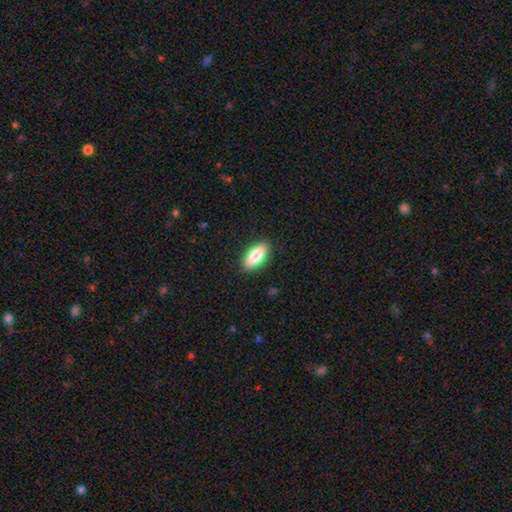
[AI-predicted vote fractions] This appears to be a smooth galaxy with no disk features (75%) that is in between round and cigar-shaped (84%). Merging: none (88%).